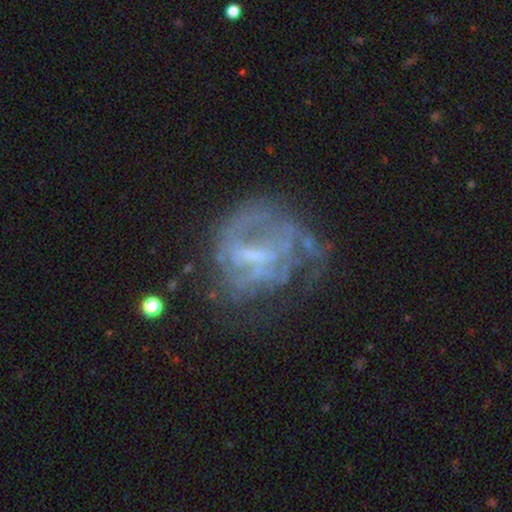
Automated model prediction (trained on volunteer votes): Smooth or featured? Predicted: featured or disk (p=0.70). Edge-on disk? Predicted: no (p=0.97). Bar? Predicted: weak (p=0.46). Spiral arms? Predicted: no (p=0.51). Bulge size? Predicted: none (p=0.37). Merging? Predicted: none (p=0.43).